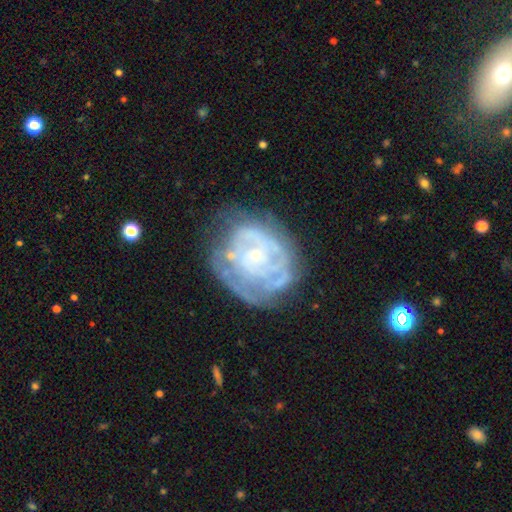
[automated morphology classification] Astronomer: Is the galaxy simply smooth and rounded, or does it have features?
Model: featured or disk — 76%.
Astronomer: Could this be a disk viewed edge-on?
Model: no — 97%.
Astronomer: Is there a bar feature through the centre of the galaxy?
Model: no — 81%.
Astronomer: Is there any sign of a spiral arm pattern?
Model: yes — 70%.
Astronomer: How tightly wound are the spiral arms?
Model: tight — 68%.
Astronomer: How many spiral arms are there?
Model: can't tell — 55%.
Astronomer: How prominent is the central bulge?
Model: small — 81%.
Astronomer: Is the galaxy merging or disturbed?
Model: none — 53%.